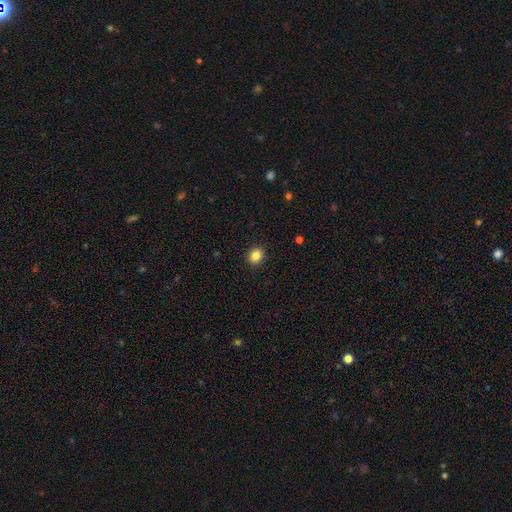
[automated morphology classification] type=smooth (85%); roundness=round (70%); merging=none (91%).